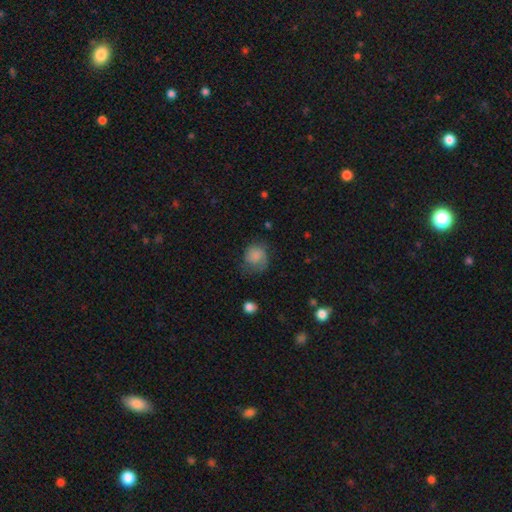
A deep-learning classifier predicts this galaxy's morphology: Q: Smooth or featured?
A: smooth (78%); runner-up: featured or disk (14%)
Q: How rounded?
A: round (75%); runner-up: in between (24%)
Q: Merging?
A: none (46%); runner-up: minor disturbance (32%)